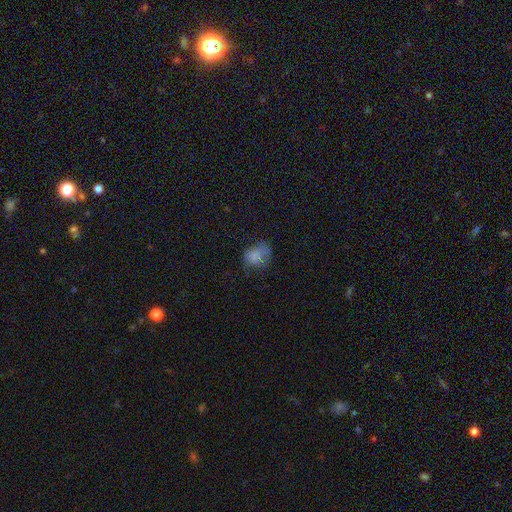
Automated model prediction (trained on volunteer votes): Morphology: type=smooth (74%); roundness=in between (53%); merging=none (42%).